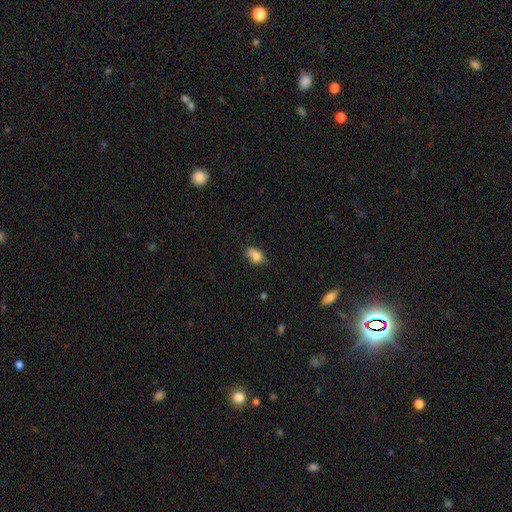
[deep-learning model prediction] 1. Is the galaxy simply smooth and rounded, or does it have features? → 81% smooth, 9% star or artifact, 9% featured or disk.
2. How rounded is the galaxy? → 81% in between, 17% round, 2% cigar-shaped.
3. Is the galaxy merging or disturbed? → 51% none, 36% minor disturbance, 9% major disturbance, 5% merger.